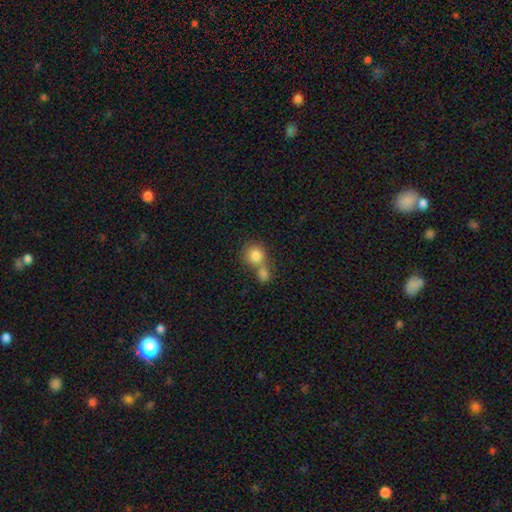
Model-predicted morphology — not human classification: Overall: smooth (82%). How rounded: round (85%). Merging: merger (52%; none 38%).